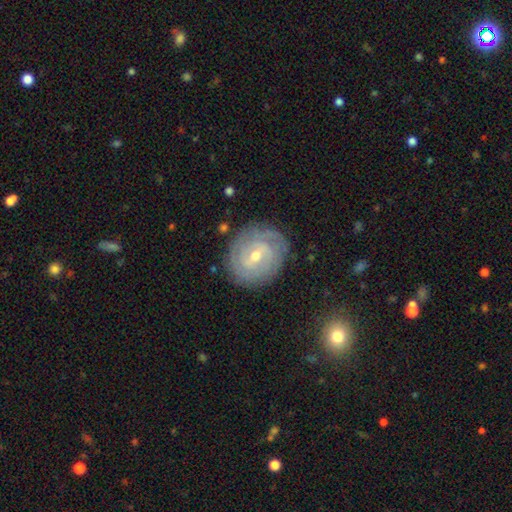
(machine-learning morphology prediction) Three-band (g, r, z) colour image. It shows a featured or disk galaxy (84%) with a weak bar (55%), tight (79%) spiral arms (95%) and a small central bulge (53%). Merging: none (82%).